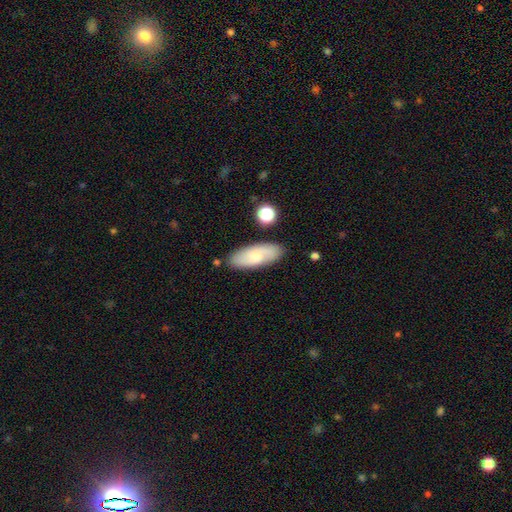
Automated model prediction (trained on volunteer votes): Smooth or featured? smooth (64%)
How rounded? in between (73%)
Merging? none (84%)